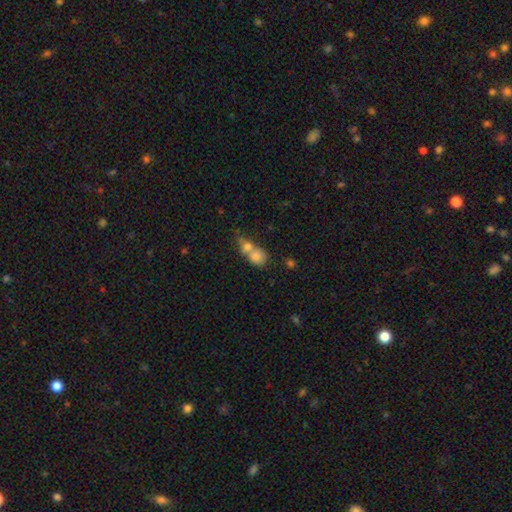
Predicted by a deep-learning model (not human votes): The model was most divided on "how rounded": round: 63%, in between: 35%, cigar-shaped: 2%. More confident: smooth or featured — smooth (74%); merging — merger (65%).